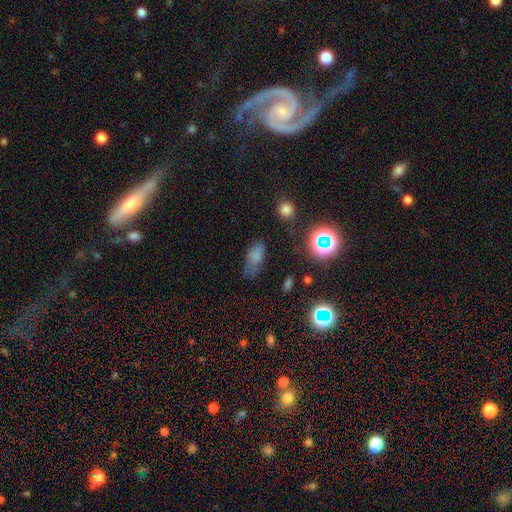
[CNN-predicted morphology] The model was most divided on "merging": none: 59%, minor disturbance: 27%, major disturbance: 11%, merger: 4%. More confident: how rounded — in between (82%); smooth or featured — smooth (70%).